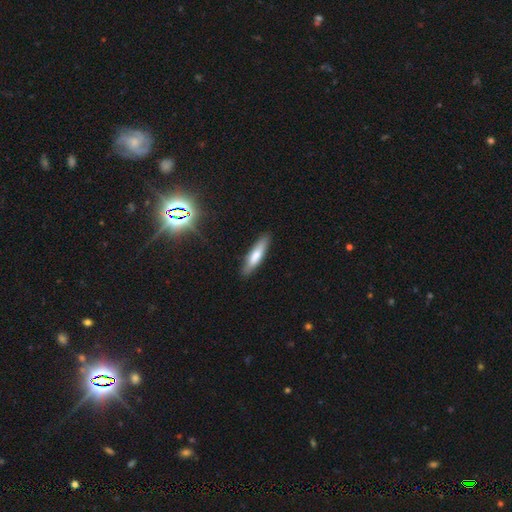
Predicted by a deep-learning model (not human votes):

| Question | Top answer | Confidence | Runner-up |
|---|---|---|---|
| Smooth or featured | smooth | 68% | featured or disk (25%) |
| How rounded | cigar-shaped | 77% | in between (22%) |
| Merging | none | 87% | minor disturbance (10%) |